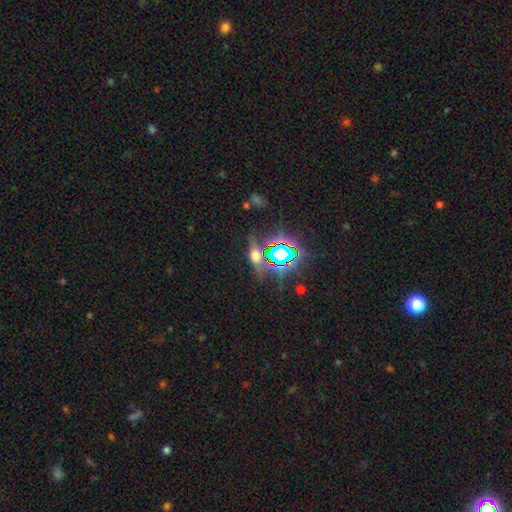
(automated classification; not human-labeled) This appears to be a star or artifact, not a galaxy (48%).